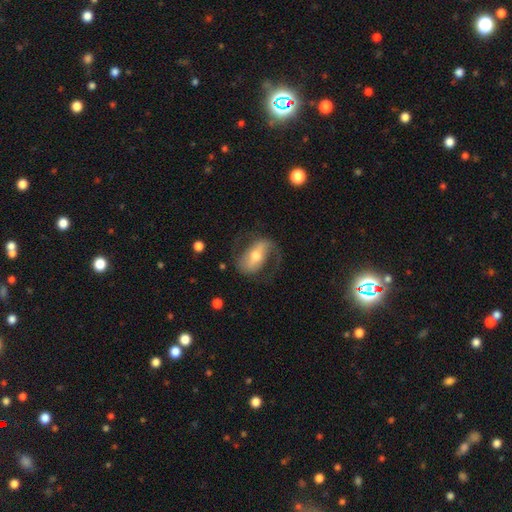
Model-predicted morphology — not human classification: smooth_or_featured: featured or disk (p=0.77) [alt: smooth p=0.17]
disk_edge_on: no (p=0.95) [alt: yes p=0.05]
bar: strong (p=0.44) [alt: weak p=0.36]
has_spiral_arms: yes (p=0.90) [alt: no p=0.10]
spiral_winding: medium (p=0.48) [alt: loose p=0.38]
spiral_arm_count: 2 (p=0.84) [alt: 1 p=0.08]
bulge_size: moderate (p=0.66) [alt: small p=0.21]
merging: none (p=0.66) [alt: minor disturbance p=0.16]